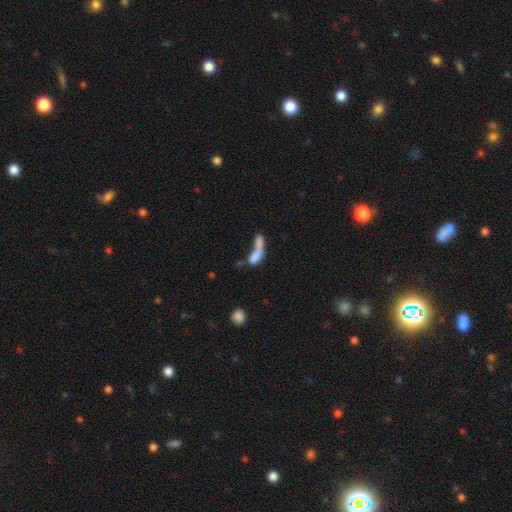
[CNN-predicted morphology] This is likely a smooth galaxy (70%). How rounded: possibly in between (57%). Merging: likely merger (62%).